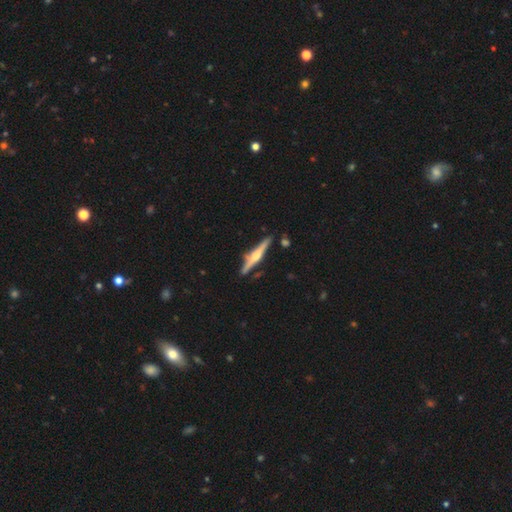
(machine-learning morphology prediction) smooth-or-featured: featured or disk: 75% | smooth: 20% | star or artifact: 5%
  disk-edge-on: yes: 98% | no: 2%
    edge-on-bulge: rounded: 91% | boxy: 5% | none: 3%
  merging: none: 83% | minor disturbance: 10% | merger: 4% | major disturbance: 2%